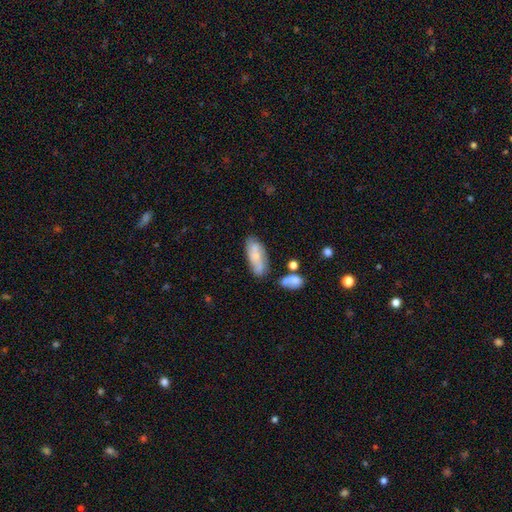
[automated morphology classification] smooth_or_featured: smooth (p=0.57) [alt: featured or disk p=0.36]
how_rounded: in between (p=0.72) [alt: cigar-shaped p=0.26]
merging: none (p=0.64) [alt: minor disturbance p=0.21]